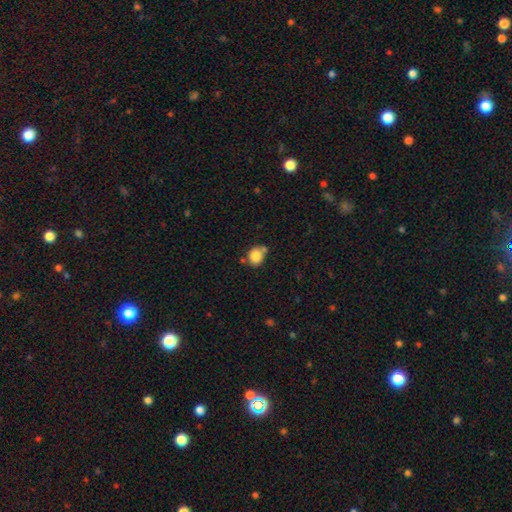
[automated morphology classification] A smooth galaxy with no disk features (85%) that is round (71%). Merging: none (61%).